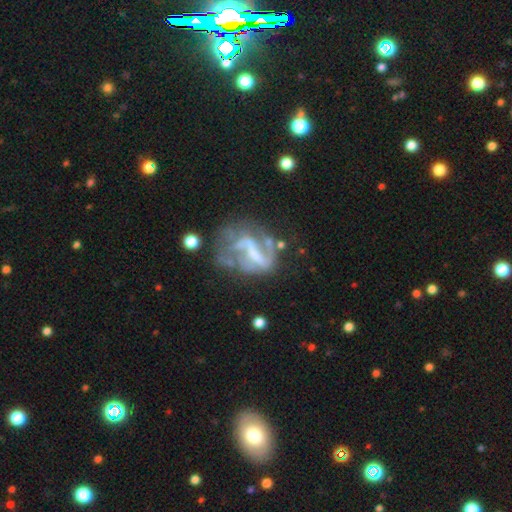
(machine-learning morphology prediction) Smooth or featured? Predicted: featured or disk (p=0.76). Edge-on disk? Predicted: no (p=0.97). Bar? Predicted: strong (p=0.47). Spiral arms? Predicted: yes (p=0.66). Bulge size? Predicted: none (p=0.42). Merging? Predicted: major disturbance (p=0.37).